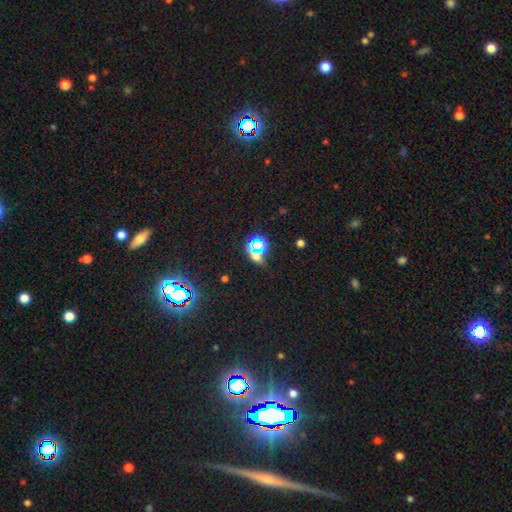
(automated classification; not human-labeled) Smooth or featured?
  - star or artifact: 53% *
  - smooth: 35%
  - featured or disk: 12%